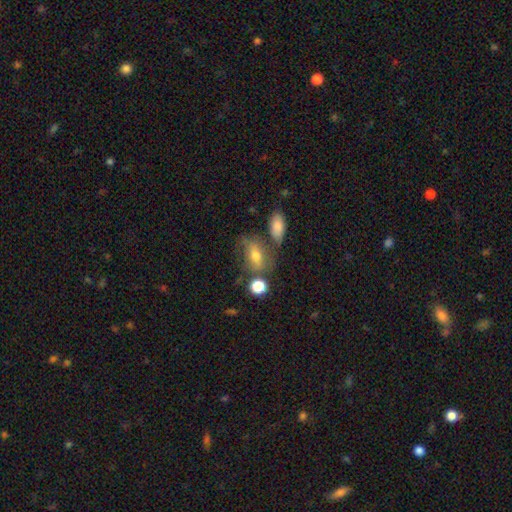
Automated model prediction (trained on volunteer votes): Smooth or featured? Predicted: smooth (p=0.57). How rounded? Predicted: in between (p=0.74). Merging? Predicted: none (p=0.49).